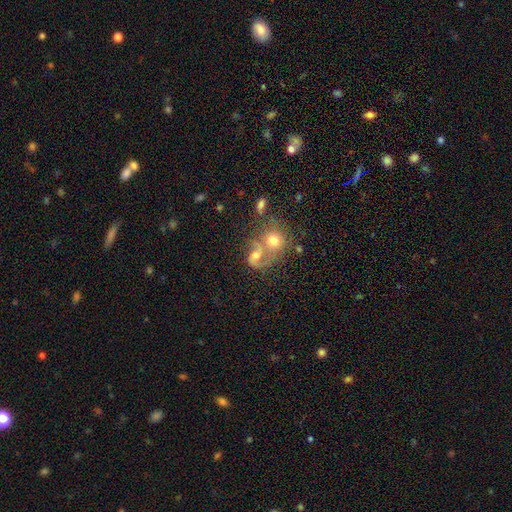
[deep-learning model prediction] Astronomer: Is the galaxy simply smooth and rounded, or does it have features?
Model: featured or disk — 57% (runner-up: smooth, 32%).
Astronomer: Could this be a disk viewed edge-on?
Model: no — 97%.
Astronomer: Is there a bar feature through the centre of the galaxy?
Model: no — 58%.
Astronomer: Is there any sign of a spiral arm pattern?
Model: yes — 81%.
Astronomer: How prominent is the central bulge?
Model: moderate — 57%.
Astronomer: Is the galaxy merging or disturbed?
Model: merger — 58%.